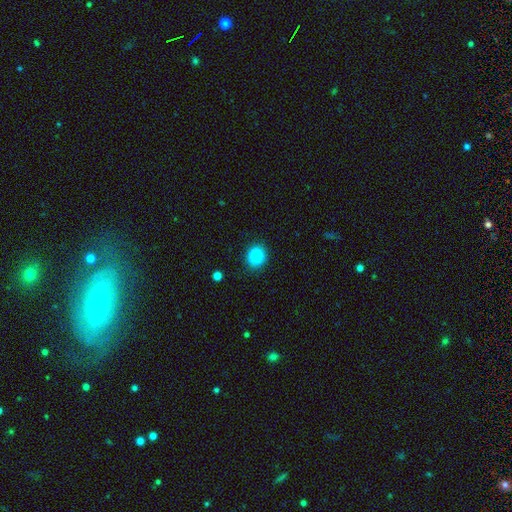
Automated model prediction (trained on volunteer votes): Overall: smooth (87%). How rounded: round (73%). Merging: none (87%).